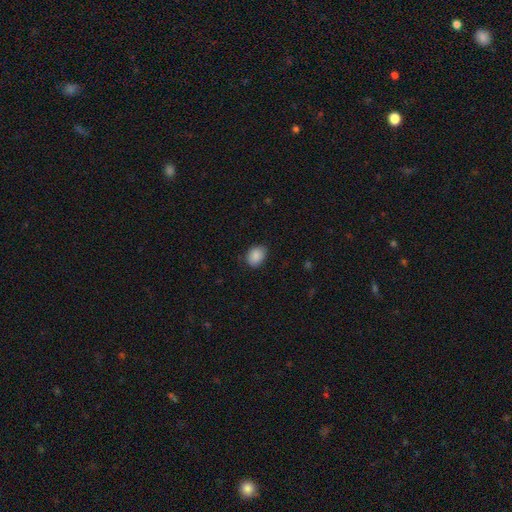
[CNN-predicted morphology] This appears to be a smooth galaxy with no disk features (89%) that is in between round and cigar-shaped (68%). Merging: none (80%).